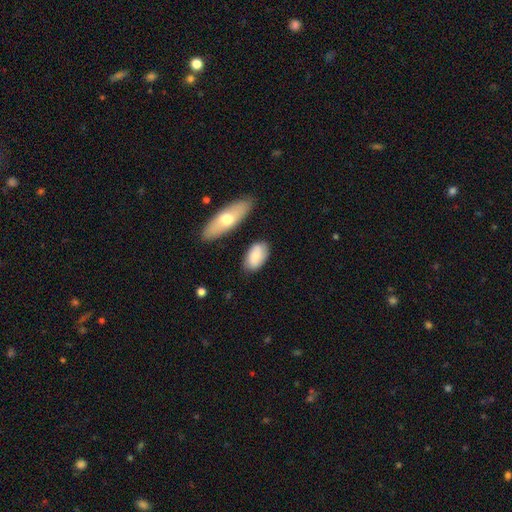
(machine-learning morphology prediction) A smooth galaxy with no disk features (77%) that is in between round and cigar-shaped (92%).

Vote fractions:
- Smooth or featured? smooth: 77% / featured or disk: 17% / star or artifact: 6%
- How rounded? in between: 92% / round: 4% / cigar-shaped: 3%
- Merging? none: 75% / minor disturbance: 16% / merger: 5% / major disturbance: 4%